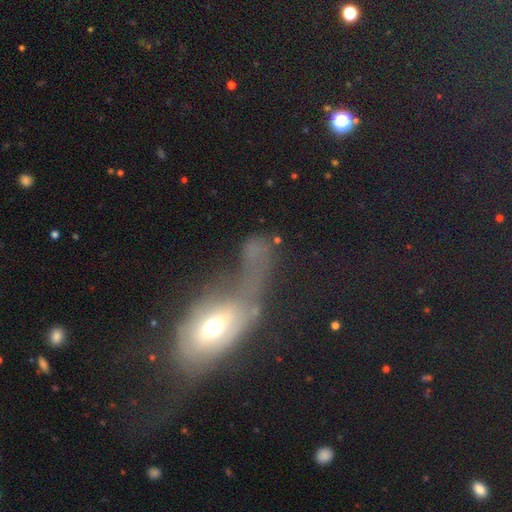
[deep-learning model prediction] smooth 45%, featured or disk 35%, star or artifact 20%. Down the decision tree: merging — major disturbance (49%).